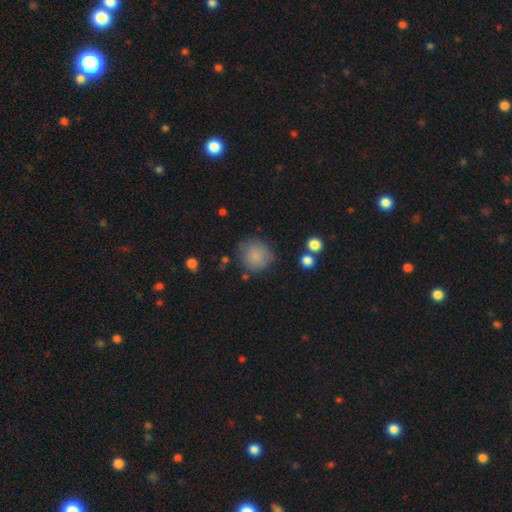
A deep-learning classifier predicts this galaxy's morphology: This appears to be a smooth galaxy with no disk features (83%) that is round (89%). Merging: none (72%).